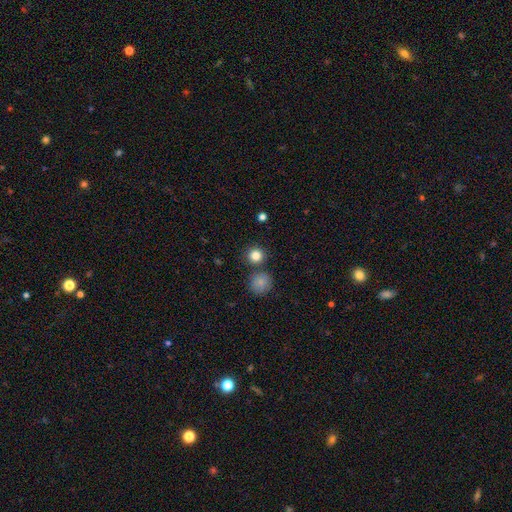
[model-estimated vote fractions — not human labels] Morphology: type=smooth (82%); roundness=round (92%); merging=none (79%).